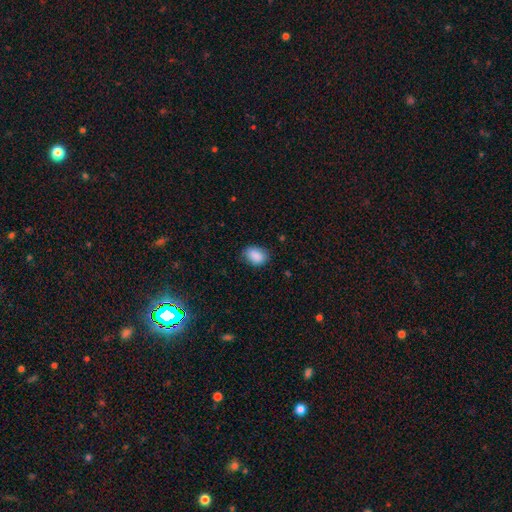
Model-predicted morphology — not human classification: Smooth or featured? Predicted: smooth (p=0.89). How rounded? Predicted: in between (p=0.73). Merging? Predicted: none (p=0.77).